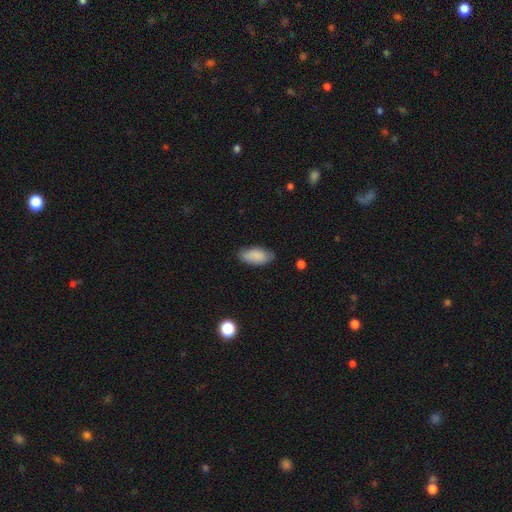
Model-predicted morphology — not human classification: Q: Smooth or featured?
A: smooth (86%); runner-up: featured or disk (8%)
Q: How rounded?
A: in between (92%); runner-up: cigar-shaped (6%)
Q: Merging?
A: none (75%); runner-up: minor disturbance (20%)